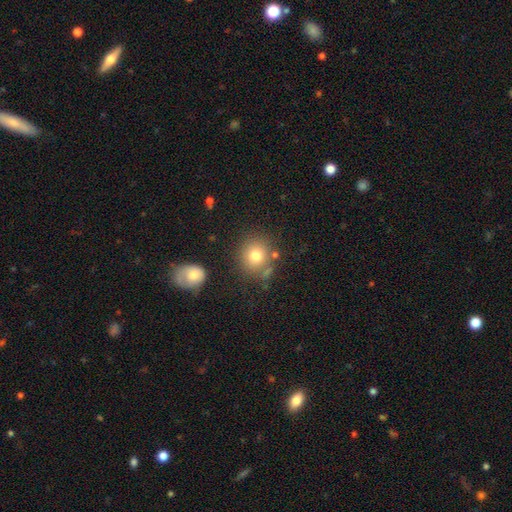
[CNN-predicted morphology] Smooth or featured? smooth (78%)
How rounded? round (87%)
Merging? none (75%)